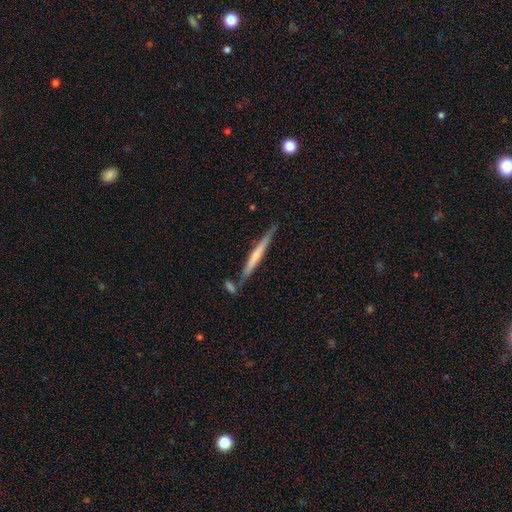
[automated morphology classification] smooth_or_featured: featured or disk (p=0.54) [alt: smooth p=0.41]
disk_edge_on: yes (p=0.96) [alt: no p=0.04]
edge_on_bulge: none (p=0.56) [alt: rounded p=0.34]
merging: none (p=0.73) [alt: minor disturbance p=0.13]